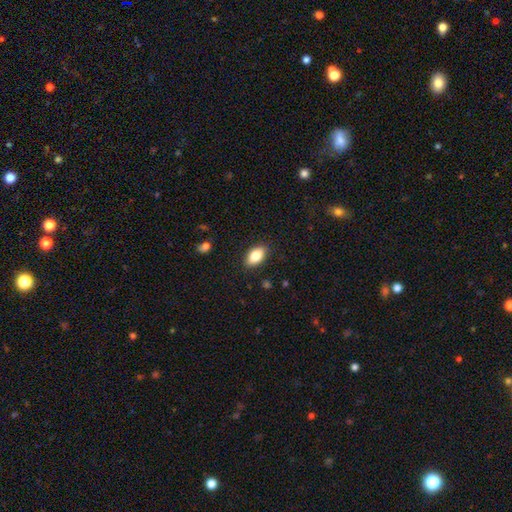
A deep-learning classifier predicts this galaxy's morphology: smooth-or-featured: smooth: 85% | featured or disk: 8% | star or artifact: 7%
  how-rounded: in between: 91% | round: 6% | cigar-shaped: 3%
  merging: none: 88% | minor disturbance: 9% | major disturbance: 2% | merger: 1%